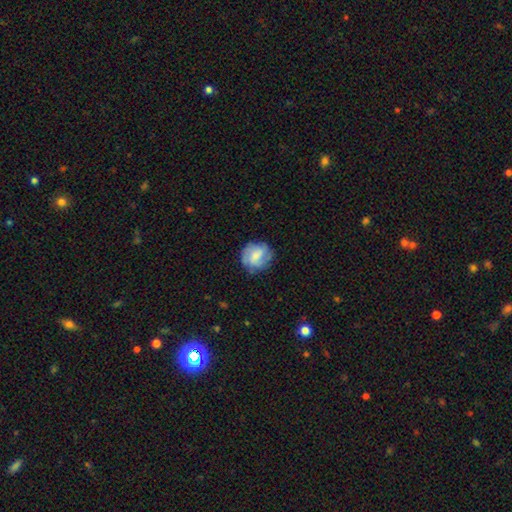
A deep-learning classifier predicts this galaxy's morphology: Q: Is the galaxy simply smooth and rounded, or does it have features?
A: featured or disk — 47%.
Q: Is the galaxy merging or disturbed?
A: none — 72%.